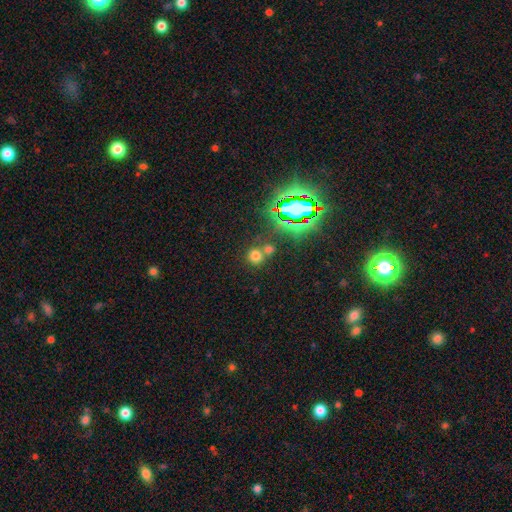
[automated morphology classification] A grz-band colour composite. It shows a smooth galaxy with no disk features (63%) that is round (88%). Merging: none (62%).